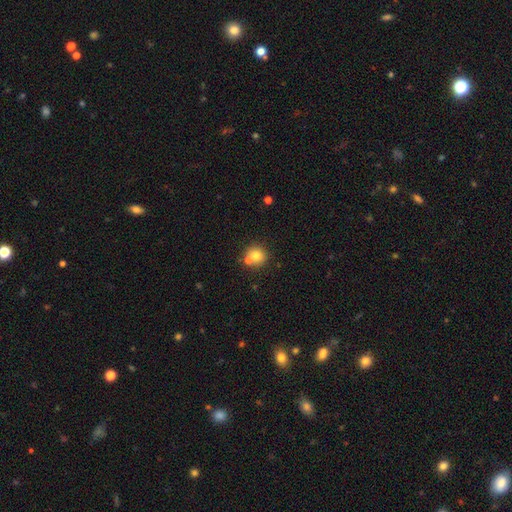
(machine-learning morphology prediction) Smooth or featured: smooth — 75% (featured or disk — 13%)
How rounded: round — 88% (in between — 11%)
Merging: none — 62% (merger — 27%)